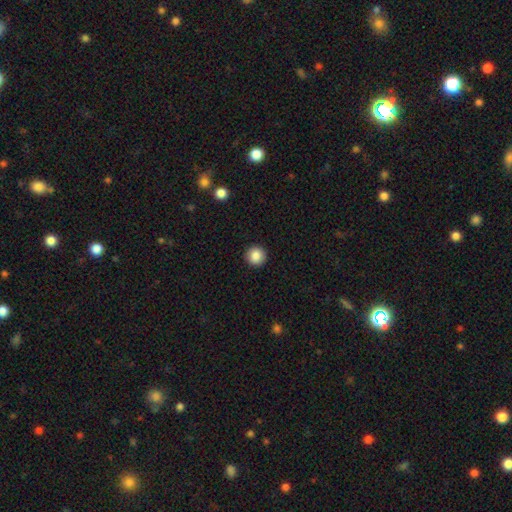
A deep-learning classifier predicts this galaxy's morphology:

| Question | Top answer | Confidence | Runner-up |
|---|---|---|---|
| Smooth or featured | smooth | 87% | star or artifact (9%) |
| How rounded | round | 96% | in between (3%) |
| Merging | none | 93% | minor disturbance (4%) |